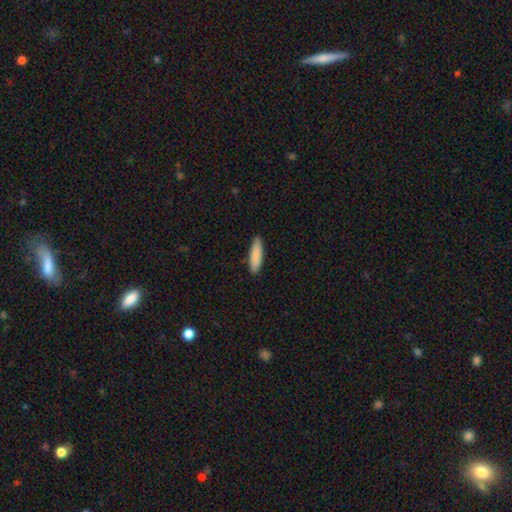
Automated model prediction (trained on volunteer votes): The model was most divided on "how rounded": cigar-shaped: 67%, in between: 31%, round: 1%. More confident: smooth or featured — smooth (88%); merging — none (88%).